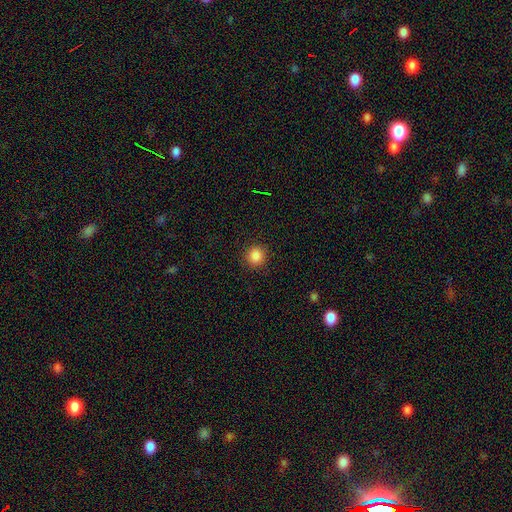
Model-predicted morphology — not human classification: Smooth or featured? Predicted: smooth (p=0.86). How rounded? Predicted: round (p=0.92). Merging? Predicted: none (p=0.90).